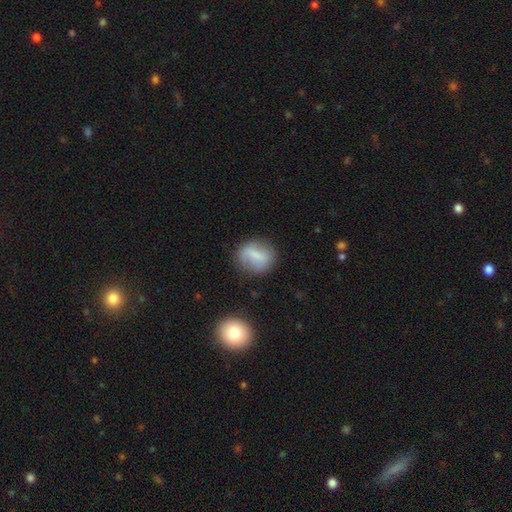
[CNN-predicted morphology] Smooth or featured: smooth — 62% (featured or disk — 30%)
How rounded: round — 56% (in between — 41%)
Merging: none — 70% (minor disturbance — 20%)